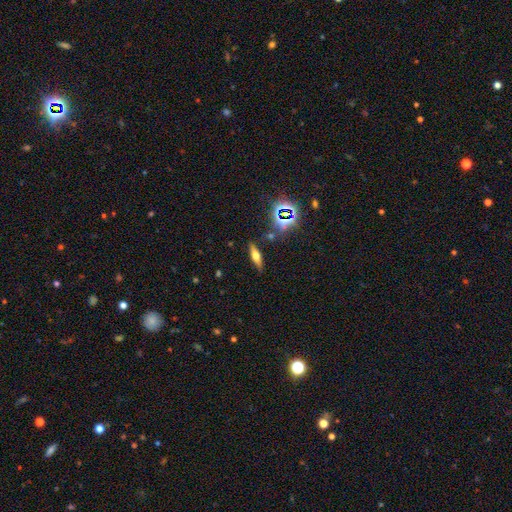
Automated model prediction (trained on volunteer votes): Q: Smooth or featured?
A: featured or disk (44%); runner-up: smooth (38%)
Q: Merging?
A: none (85%); runner-up: minor disturbance (10%)